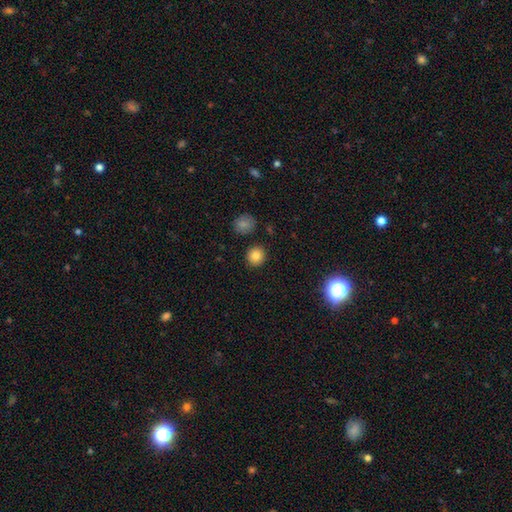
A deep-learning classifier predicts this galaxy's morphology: Overall: smooth (84%). How rounded: round (91%). Merging: none (90%).